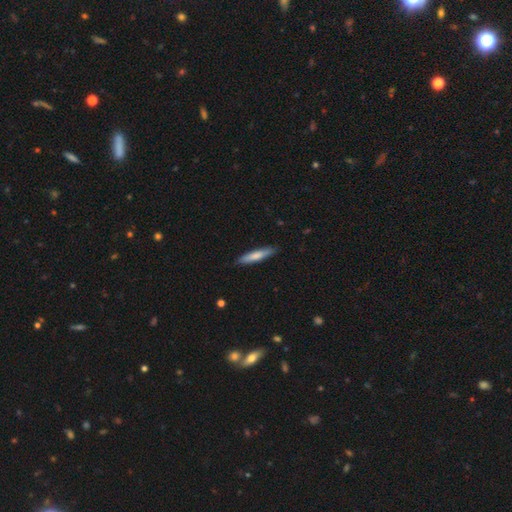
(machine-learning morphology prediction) This appears to be a smooth galaxy with no disk features (73%) that is cigar-shaped (87%). Merging: none (87%).